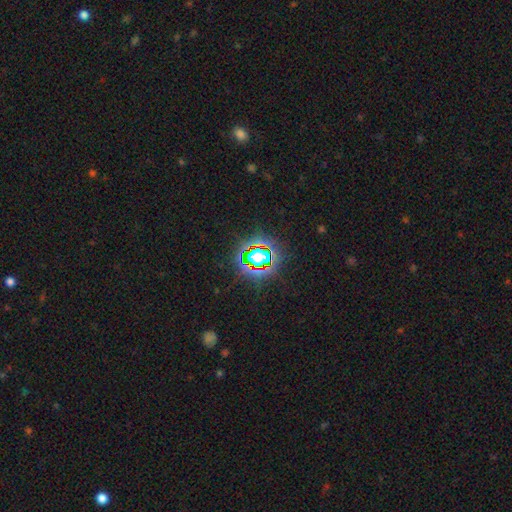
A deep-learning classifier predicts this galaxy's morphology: Q: Smooth or featured?
A: star or artifact (80%); runner-up: smooth (13%)